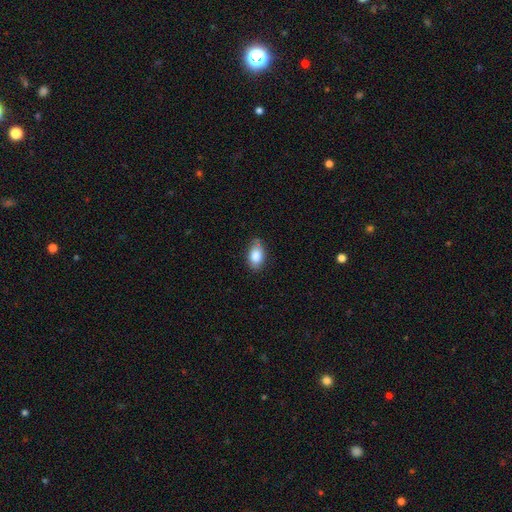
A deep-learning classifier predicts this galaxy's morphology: A smooth galaxy with no disk features (84%) that is in between round and cigar-shaped (87%).

Vote fractions:
- Smooth or featured? smooth: 84% / featured or disk: 9% / star or artifact: 8%
- How rounded? in between: 87% / round: 11% / cigar-shaped: 2%
- Merging? none: 75% / minor disturbance: 20% / major disturbance: 3% / merger: 2%